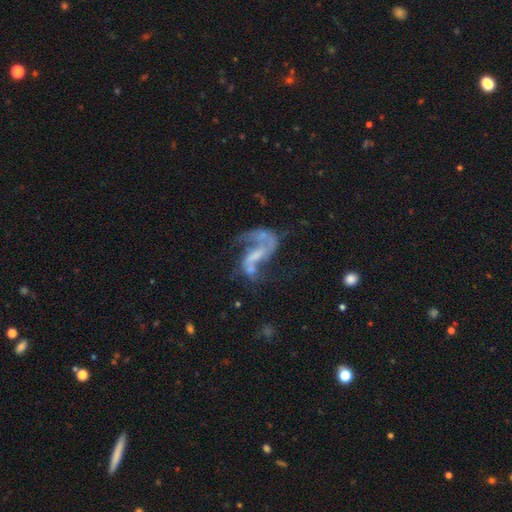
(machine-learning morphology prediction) This is likely a featured or disk galaxy (78%). It is clearly not viewed edge-on (97%). Bar: marginally weak (40%). Spiral arm pattern: clearly yes (82%). Spiral arm count: likely 2 (67%). Spiral winding: likely loose (63%). Central bulge: marginally none (45%). Merging: marginally major disturbance (35%).